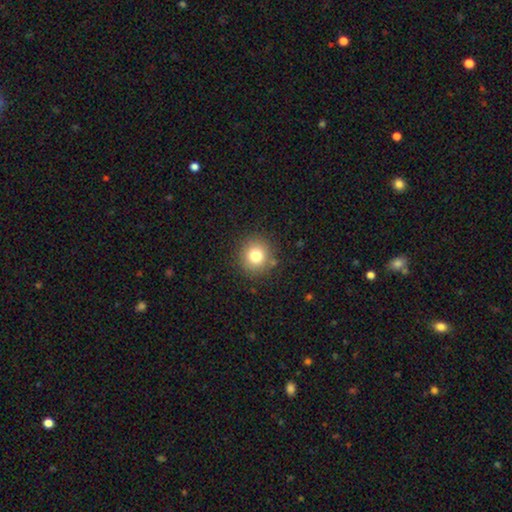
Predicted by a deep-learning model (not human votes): A smooth galaxy with no disk features (79%) that is round (91%).

Vote fractions:
- Smooth or featured? smooth: 79% / star or artifact: 12% / featured or disk: 9%
- How rounded? round: 91% / in between: 9% / cigar-shaped: 1%
- Merging? none: 87% / minor disturbance: 8% / major disturbance: 3% / merger: 2%